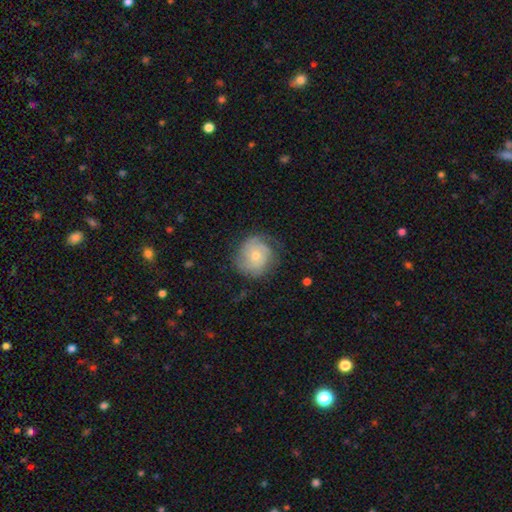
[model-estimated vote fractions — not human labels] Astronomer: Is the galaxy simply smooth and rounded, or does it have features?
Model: featured or disk — 58% (runner-up: smooth, 35%).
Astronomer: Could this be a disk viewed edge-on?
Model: no — 97%.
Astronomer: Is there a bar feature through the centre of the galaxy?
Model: no — 81%.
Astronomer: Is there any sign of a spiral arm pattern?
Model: yes — 84%.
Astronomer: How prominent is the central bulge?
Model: moderate — 52% (runner-up: small, 44%).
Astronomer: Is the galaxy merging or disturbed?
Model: none — 71%.